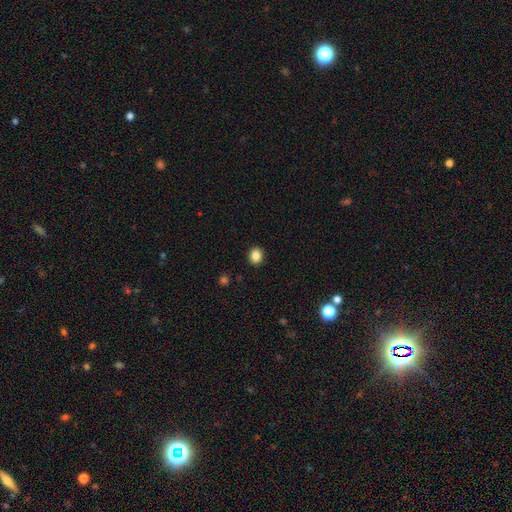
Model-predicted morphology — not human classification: Overall: smooth (85%). How rounded: round (66%; in between 33%). Merging: none (91%).